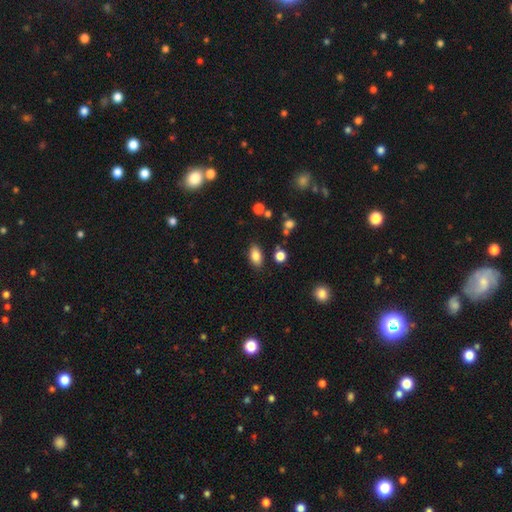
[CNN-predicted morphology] Overall: smooth (83%). How rounded: in between (89%). Merging: none (84%).